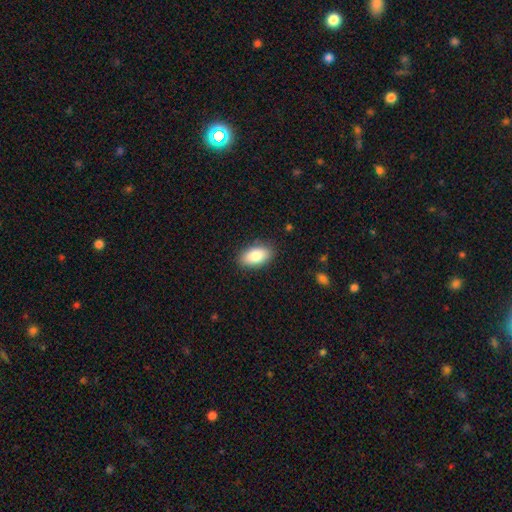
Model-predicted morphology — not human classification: smooth_or_featured: smooth (p=0.84) [alt: featured or disk p=0.09]
how_rounded: in between (p=0.93) [alt: round p=0.05]
merging: none (p=0.87) [alt: minor disturbance p=0.09]